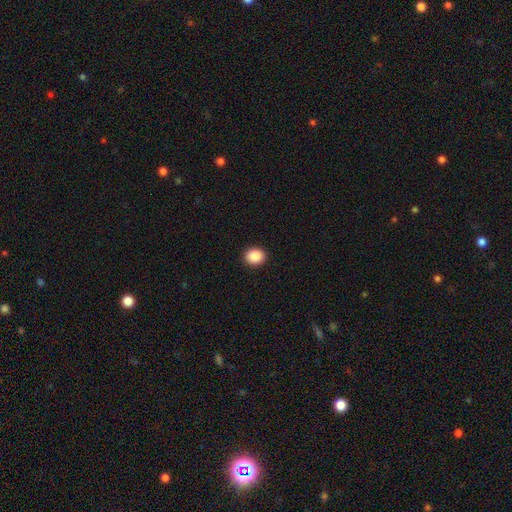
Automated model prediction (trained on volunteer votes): Morphology: type=smooth (88%); roundness=round (65%); merging=none (92%).